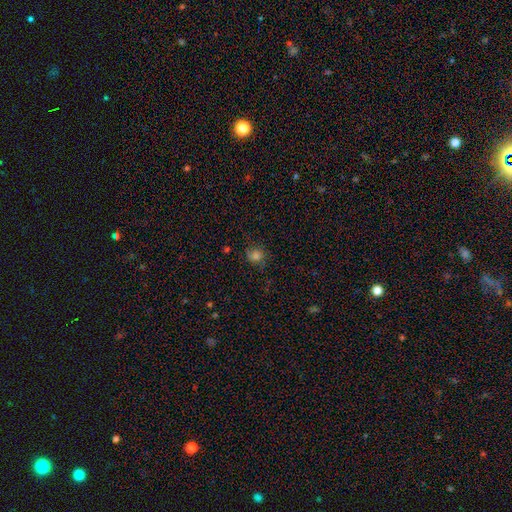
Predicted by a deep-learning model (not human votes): Overall: smooth (77%). How rounded: round (81%). Merging: none (71%).